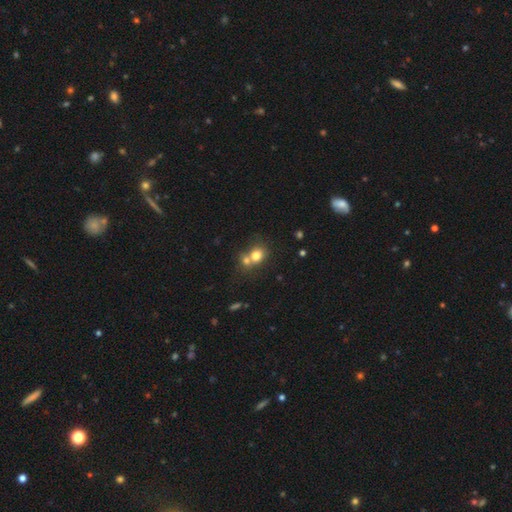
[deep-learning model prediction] Smooth or featured?
  - smooth: 75% *
  - featured or disk: 13%
  - star or artifact: 12%
How rounded?
  - round: 66% *
  - in between: 33%
  - cigar-shaped: 1%
Merging?
  - merger: 53% *
  - none: 35%
  - minor disturbance: 8%
  - major disturbance: 4%